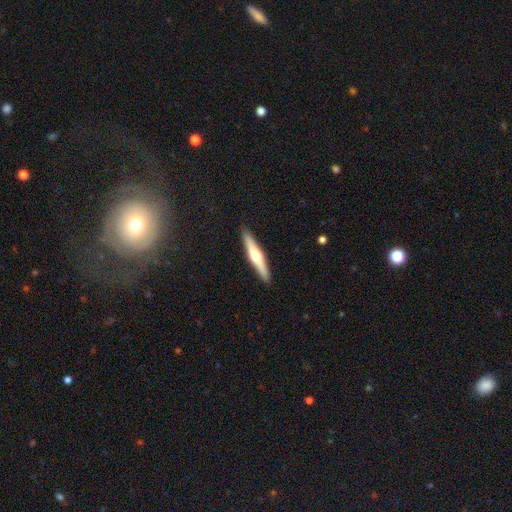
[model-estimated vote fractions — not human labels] smooth-or-featured: featured or disk: 57% | smooth: 38% | star or artifact: 5%
  disk-edge-on: yes: 96% | no: 4%
    edge-on-bulge: rounded: 88% | none: 7% | boxy: 5%
  merging: none: 91% | minor disturbance: 6% | major disturbance: 1% | merger: 1%